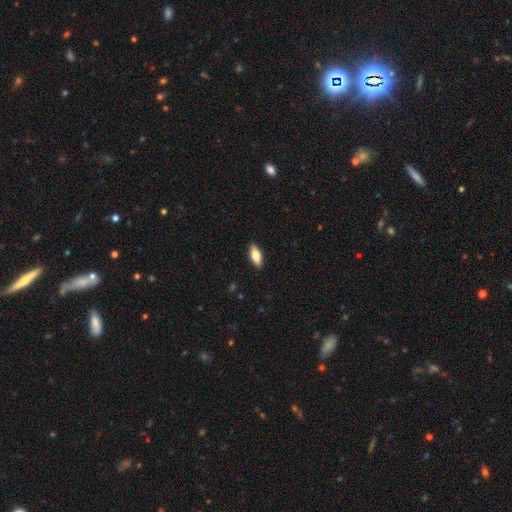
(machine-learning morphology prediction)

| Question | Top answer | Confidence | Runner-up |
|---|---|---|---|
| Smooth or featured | smooth | 71% | featured or disk (23%) |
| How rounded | in between | 73% | cigar-shaped (25%) |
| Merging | none | 89% | minor disturbance (8%) |